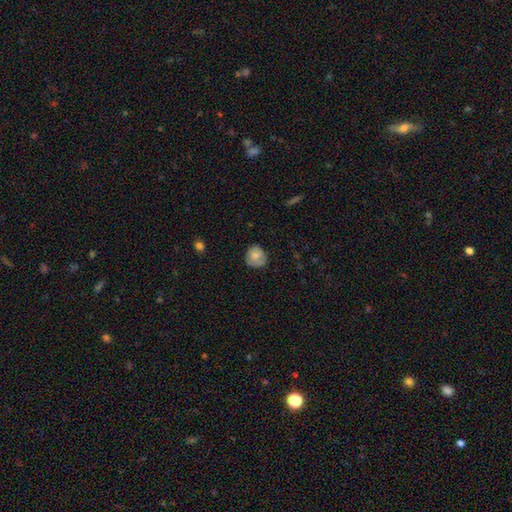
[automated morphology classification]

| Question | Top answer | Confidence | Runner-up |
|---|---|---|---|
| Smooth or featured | smooth | 75% | featured or disk (18%) |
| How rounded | round | 82% | in between (17%) |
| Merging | none | 69% | minor disturbance (25%) |